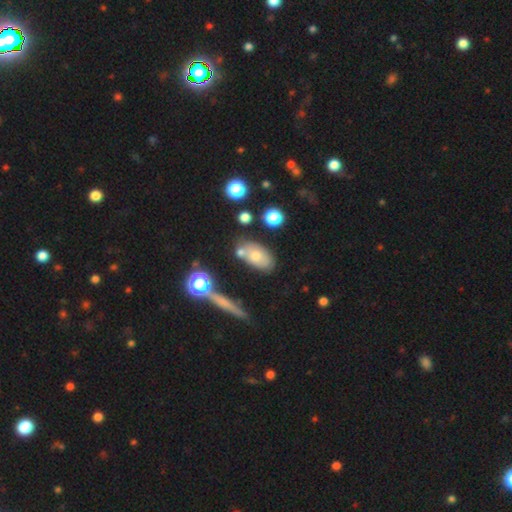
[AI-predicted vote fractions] Q: Smooth or featured?
A: smooth (67%); runner-up: featured or disk (23%)
Q: How rounded?
A: in between (89%); runner-up: round (7%)
Q: Merging?
A: none (62%); runner-up: minor disturbance (17%)